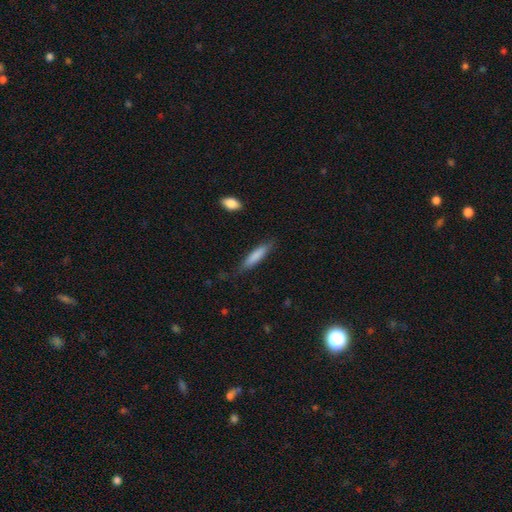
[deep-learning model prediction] smooth 80%, featured or disk 15%, star or artifact 6%. Down the decision tree: how rounded — cigar-shaped (80%); merging — none (76%).